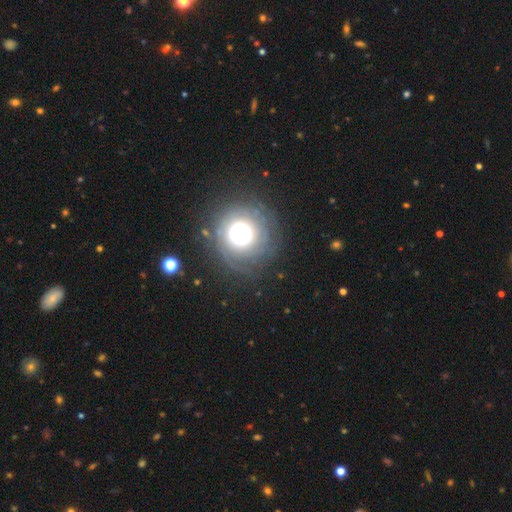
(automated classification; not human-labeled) Smooth or featured?
  - smooth: 45% *
  - featured or disk: 29%
  - star or artifact: 26%
Merging?
  - none: 81% *
  - minor disturbance: 10%
  - major disturbance: 6%
  - merger: 3%